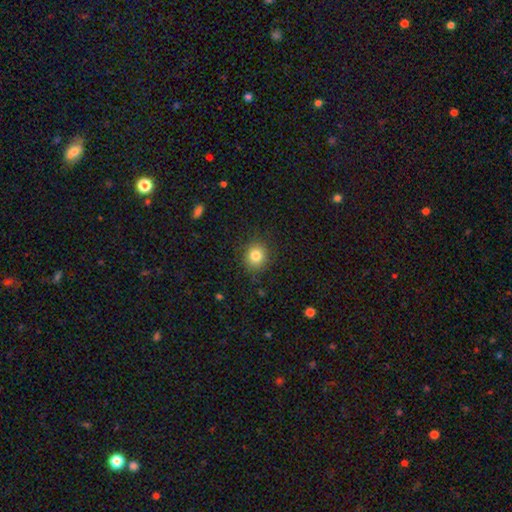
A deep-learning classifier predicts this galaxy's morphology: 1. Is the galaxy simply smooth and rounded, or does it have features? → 82% smooth, 11% star or artifact, 7% featured or disk.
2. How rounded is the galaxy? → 83% round, 16% in between, 1% cigar-shaped.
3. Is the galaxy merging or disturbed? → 85% none, 11% minor disturbance, 3% major disturbance, 1% merger.